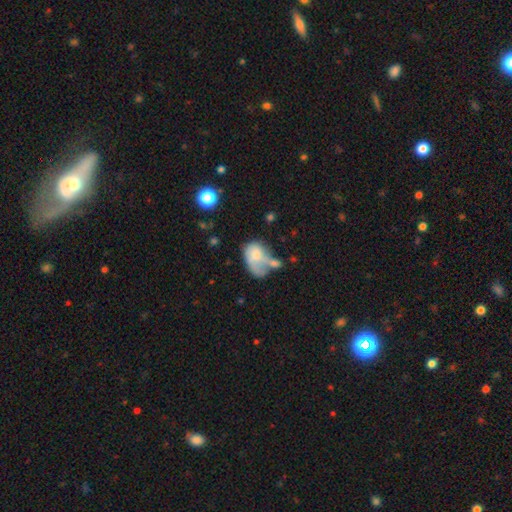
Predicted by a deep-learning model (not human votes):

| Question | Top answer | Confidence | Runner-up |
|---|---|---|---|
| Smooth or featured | smooth | 62% | featured or disk (30%) |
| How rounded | in between | 77% | round (22%) |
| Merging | merger | 34% | major disturbance (31%) |